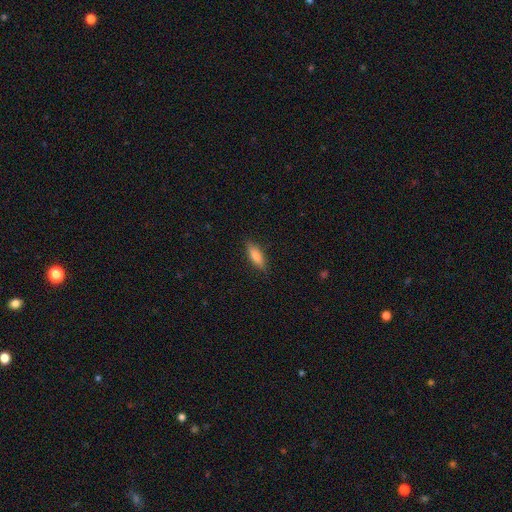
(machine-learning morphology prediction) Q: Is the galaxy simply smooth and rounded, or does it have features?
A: smooth — 77%.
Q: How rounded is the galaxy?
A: in between — 56%.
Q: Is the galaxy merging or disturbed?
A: none — 87%.